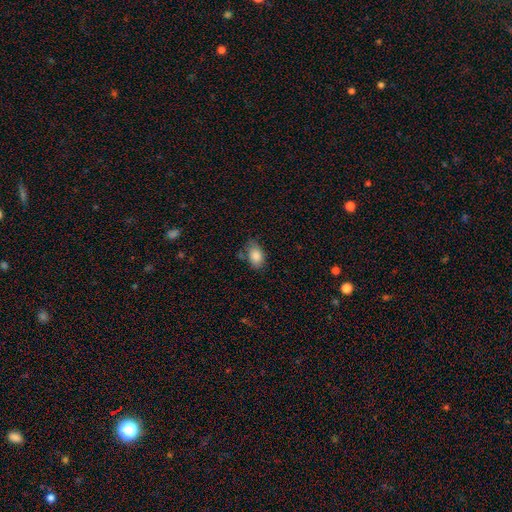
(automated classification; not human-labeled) This is clearly a smooth galaxy (84%). How rounded: clearly in between (87%). Merging: likely none (63%).